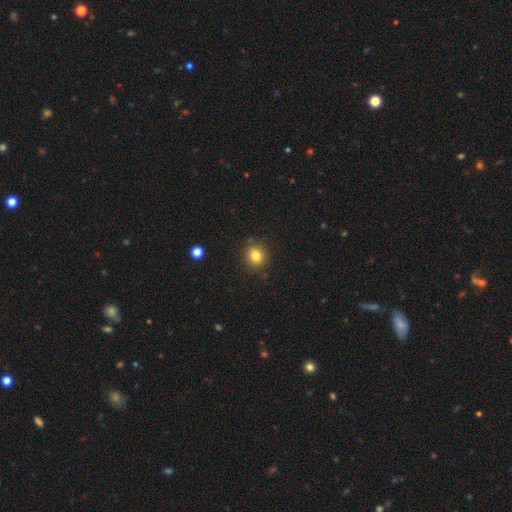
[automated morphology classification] Smooth or featured? smooth (82%)
How rounded? round (84%)
Merging? none (88%)